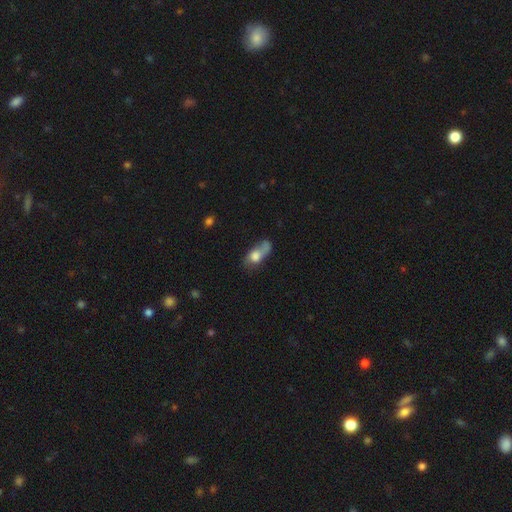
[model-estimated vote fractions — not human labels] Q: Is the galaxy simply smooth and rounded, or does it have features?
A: smooth — 63%.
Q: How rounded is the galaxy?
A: in between — 71%.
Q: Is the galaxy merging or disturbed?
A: major disturbance — 29%.